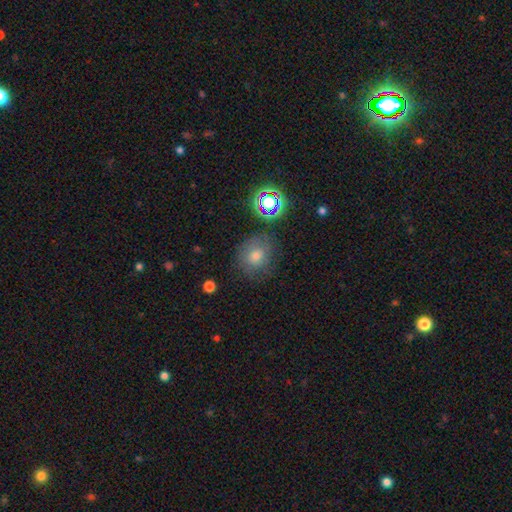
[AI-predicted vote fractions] A smooth galaxy with no disk features (56%) that is round (80%).

Vote fractions:
- Smooth or featured? smooth: 56% / star or artifact: 27% / featured or disk: 17%
- How rounded? round: 80% / in between: 19% / cigar-shaped: 1%
- Merging? none: 74% / minor disturbance: 16% / major disturbance: 7% / merger: 3%